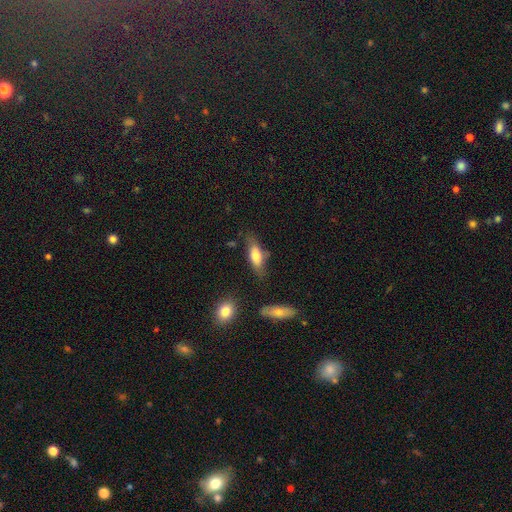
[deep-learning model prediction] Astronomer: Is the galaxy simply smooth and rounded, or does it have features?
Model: smooth — 68%.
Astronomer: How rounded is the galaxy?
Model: in between — 66%.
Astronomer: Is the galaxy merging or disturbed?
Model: none — 66%.